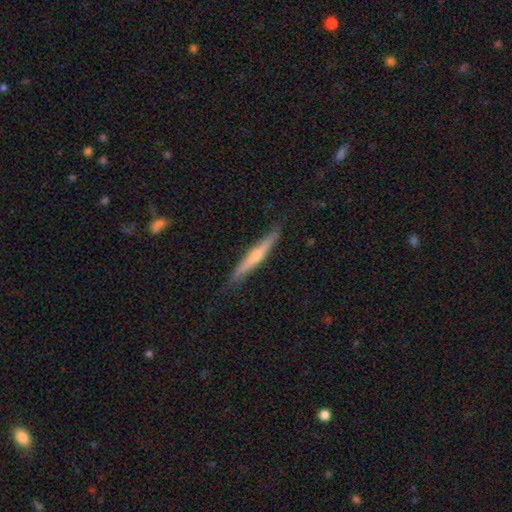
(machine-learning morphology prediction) A featured or disk galaxy (57%) viewed edge-on (96%) with a rounded central bulge (74%). Merging: none (85%).